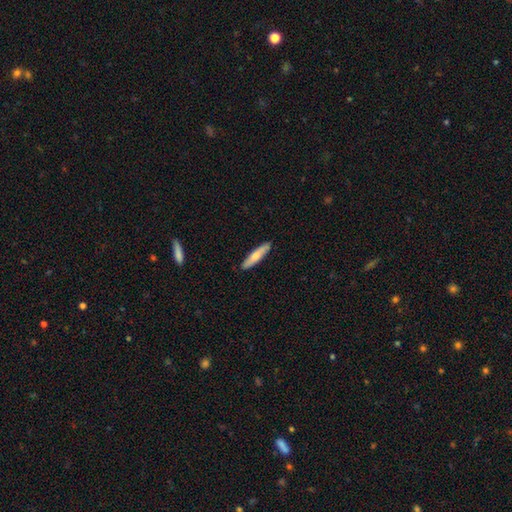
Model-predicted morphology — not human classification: Smooth or featured? Predicted: smooth (p=0.68). How rounded? Predicted: cigar-shaped (p=0.83). Merging? Predicted: none (p=0.88).